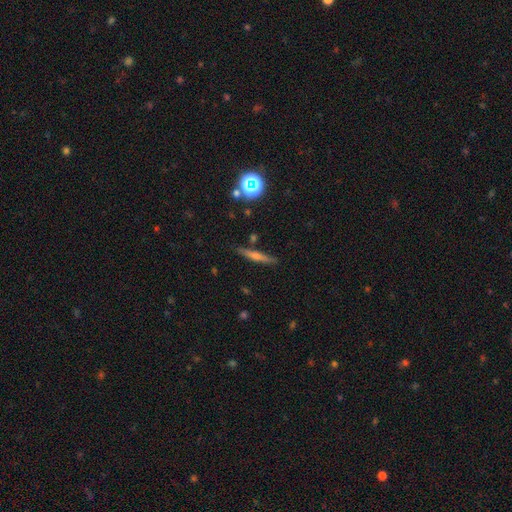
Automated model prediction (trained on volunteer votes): smooth-or-featured: featured or disk: 48% | smooth: 41% | star or artifact: 12%
  merging: none: 87% | minor disturbance: 9% | merger: 2% | major disturbance: 2%